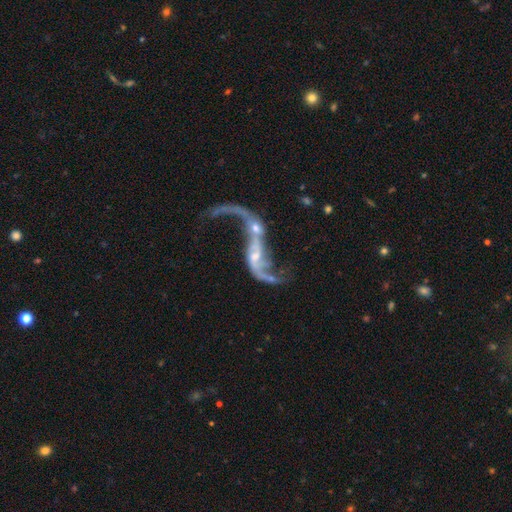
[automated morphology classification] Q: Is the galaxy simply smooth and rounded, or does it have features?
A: featured or disk — 86%.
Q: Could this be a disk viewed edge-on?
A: no — 95%.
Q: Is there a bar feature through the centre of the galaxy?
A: no — 45%.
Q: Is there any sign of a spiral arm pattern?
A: yes — 86%.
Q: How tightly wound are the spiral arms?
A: loose — 92%.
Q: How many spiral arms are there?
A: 2 — 83%.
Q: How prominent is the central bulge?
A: small — 50%.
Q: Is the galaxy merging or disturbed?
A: merger — 57%.